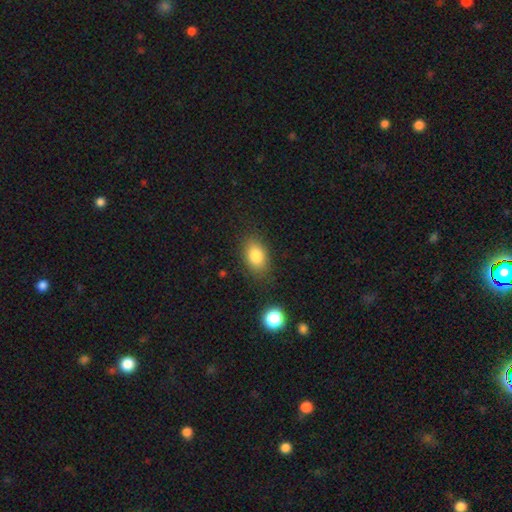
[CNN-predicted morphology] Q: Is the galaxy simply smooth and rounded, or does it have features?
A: smooth — 83%.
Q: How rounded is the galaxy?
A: in between — 84%.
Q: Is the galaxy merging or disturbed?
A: none — 80%.